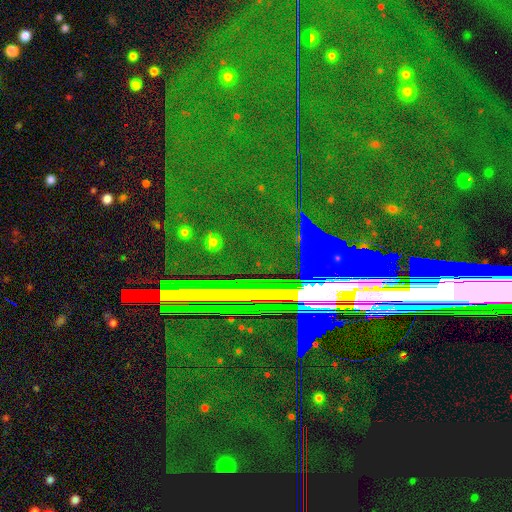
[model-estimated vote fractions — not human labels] The model was most divided on "smooth or featured": star or artifact: 79%, featured or disk: 12%, smooth: 9%.